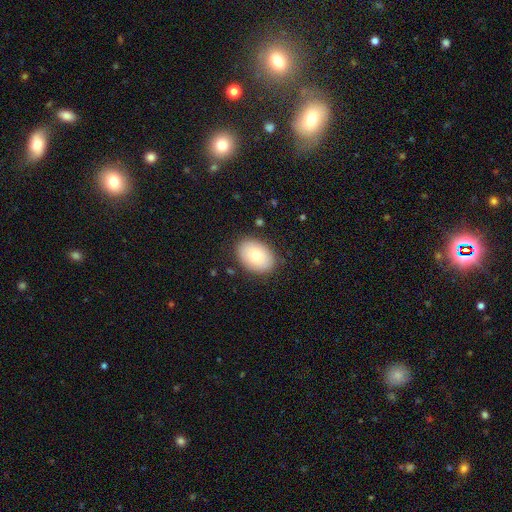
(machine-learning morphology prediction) This appears to be a smooth galaxy with no disk features (76%) that is in between round and cigar-shaped (79%). Merging: none (85%).